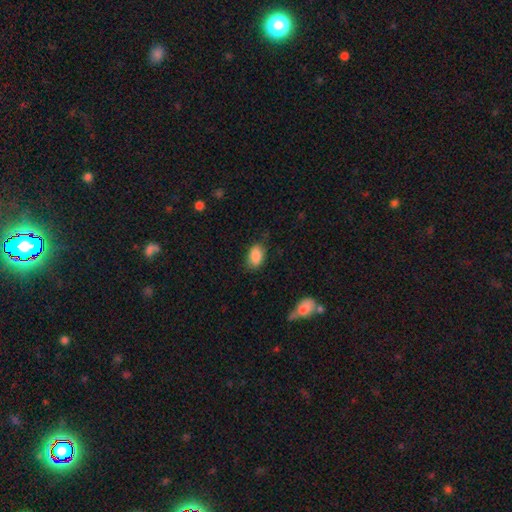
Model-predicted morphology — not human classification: type=smooth (88%); roundness=in between (90%); merging=none (78%).